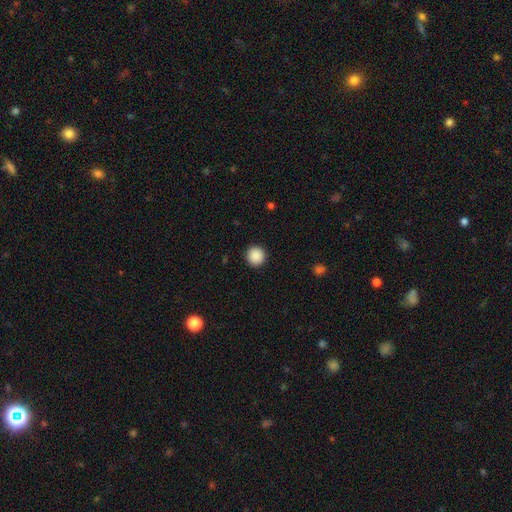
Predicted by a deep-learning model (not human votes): A smooth galaxy with no disk features (89%) that is round (95%). Merging: none (93%).